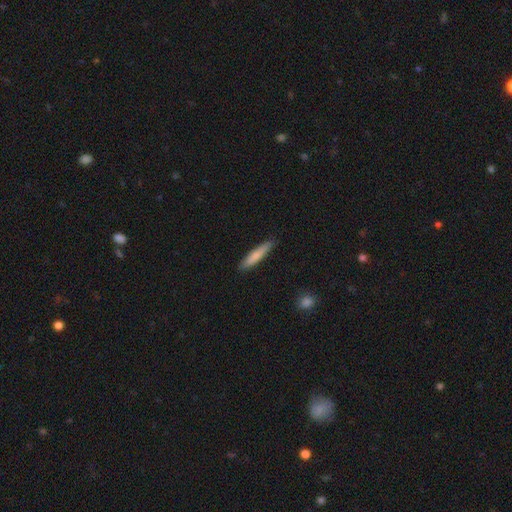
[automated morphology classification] smooth-or-featured: smooth: 78% | featured or disk: 16% | star or artifact: 5%
  how-rounded: cigar-shaped: 89% | in between: 10% | round: 1%
  merging: none: 87% | minor disturbance: 10% | major disturbance: 2% | merger: 1%